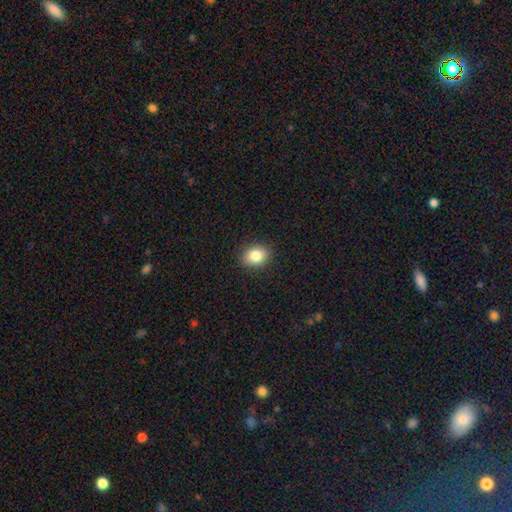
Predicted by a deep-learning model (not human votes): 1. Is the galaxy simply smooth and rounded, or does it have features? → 84% smooth, 9% star or artifact, 7% featured or disk.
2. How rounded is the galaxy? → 59% in between, 40% round, 1% cigar-shaped.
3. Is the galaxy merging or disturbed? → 90% none, 7% minor disturbance, 2% major disturbance, 1% merger.